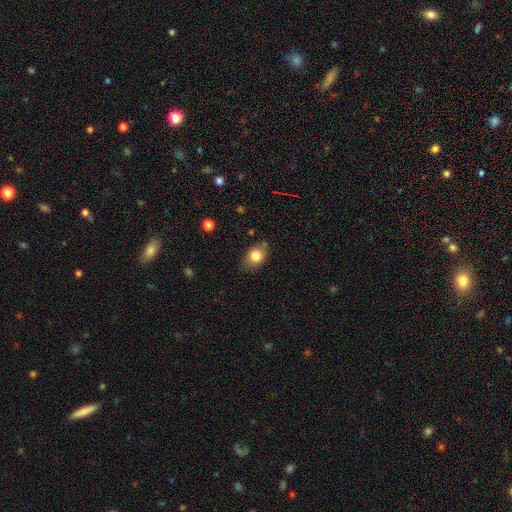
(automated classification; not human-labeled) smooth_or_featured: smooth (p=0.81) [alt: featured or disk p=0.10]
how_rounded: in between (p=0.63) [alt: round p=0.36]
merging: none (p=0.74) [alt: minor disturbance p=0.20]